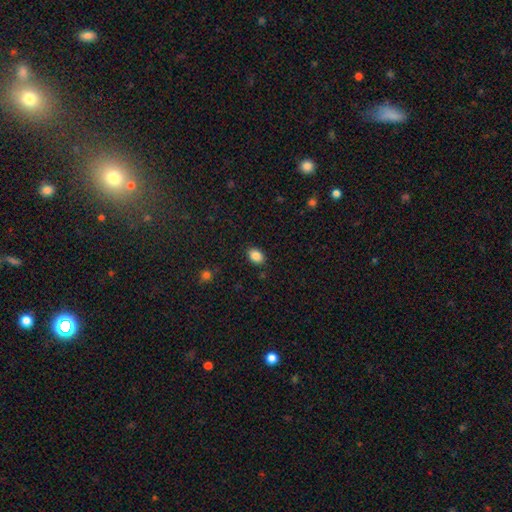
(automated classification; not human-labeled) This appears to be a smooth galaxy with no disk features (87%) that is in between round and cigar-shaped (76%). Merging: none (87%).